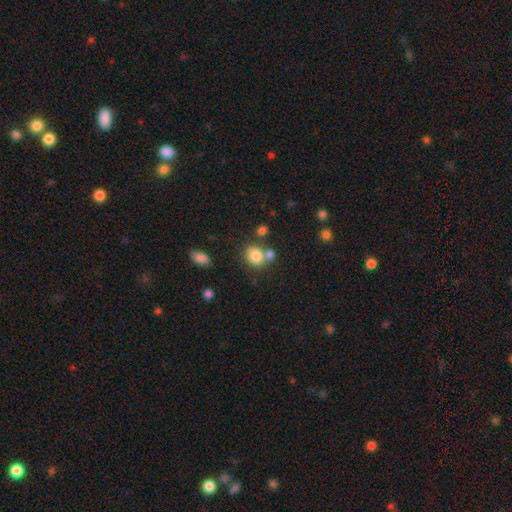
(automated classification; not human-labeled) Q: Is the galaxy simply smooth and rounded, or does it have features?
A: smooth — 81%.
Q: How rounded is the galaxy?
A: round — 69%.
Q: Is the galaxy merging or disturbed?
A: none — 57%.